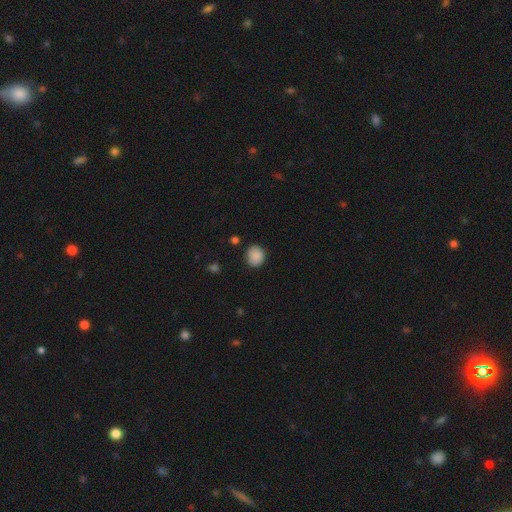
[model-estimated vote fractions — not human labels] Smooth or featured? Predicted: smooth (p=0.88). How rounded? Predicted: round (p=0.78). Merging? Predicted: none (p=0.83).